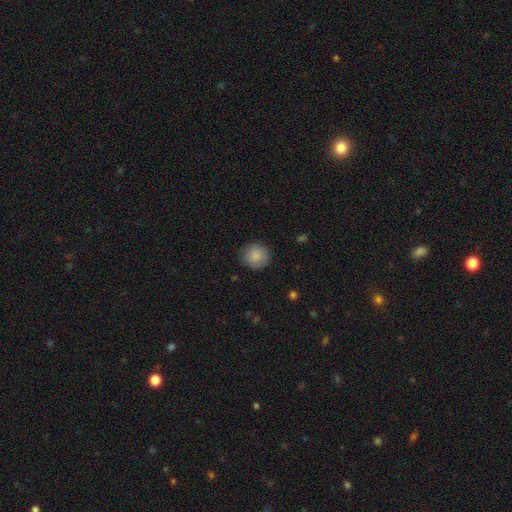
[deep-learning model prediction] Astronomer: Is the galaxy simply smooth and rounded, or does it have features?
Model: smooth — 86%.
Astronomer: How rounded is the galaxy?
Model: round — 90%.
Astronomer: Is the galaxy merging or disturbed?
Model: none — 84%.